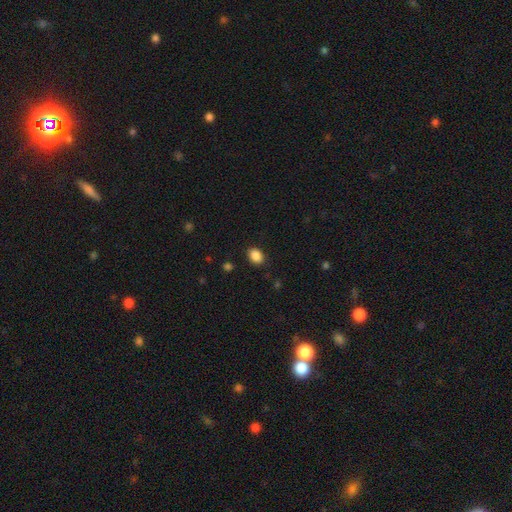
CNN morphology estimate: This is clearly a smooth galaxy (88%). How rounded: likely in between (73%). Merging: clearly none (88%).